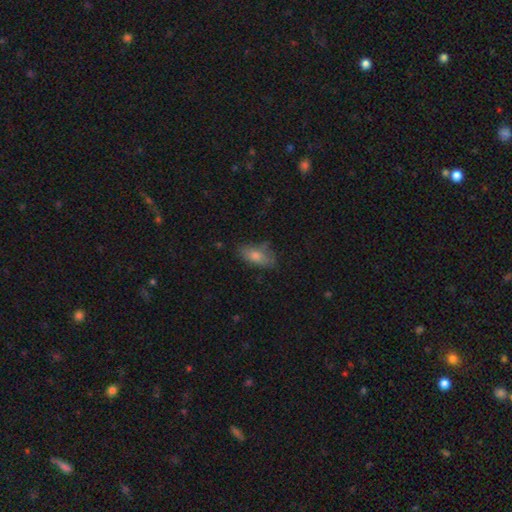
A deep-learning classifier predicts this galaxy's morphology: Smooth or featured? smooth (73%)
How rounded? in between (85%)
Merging? none (66%)